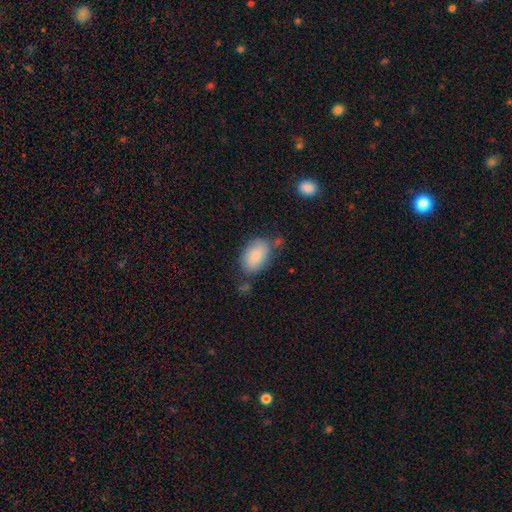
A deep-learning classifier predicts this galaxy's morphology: type=smooth (82%); roundness=in between (89%); merging=none (66%).